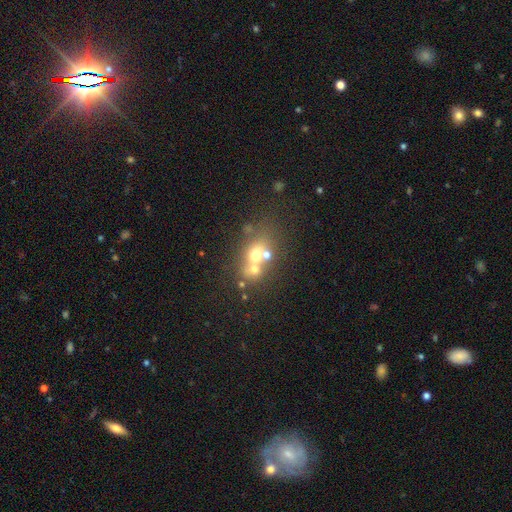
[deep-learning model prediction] Smooth or featured?
  - smooth: 55% *
  - featured or disk: 28%
  - star or artifact: 17%
How rounded?
  - round: 60% *
  - in between: 38%
  - cigar-shaped: 2%
Merging?
  - merger: 52% *
  - none: 33%
  - minor disturbance: 8%
  - major disturbance: 6%